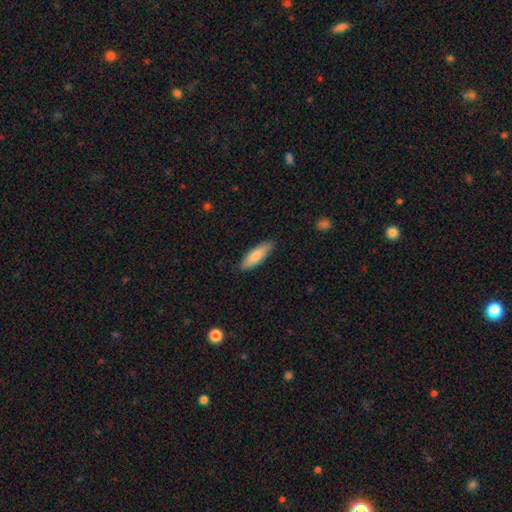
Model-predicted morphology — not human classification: A smooth galaxy with no disk features (80%) that is in between round and cigar-shaped (52%).

Vote fractions:
- Smooth or featured? smooth: 80% / featured or disk: 15% / star or artifact: 5%
- How rounded? in between: 52% / cigar-shaped: 46% / round: 2%
- Merging? none: 86% / minor disturbance: 11% / major disturbance: 2% / merger: 1%